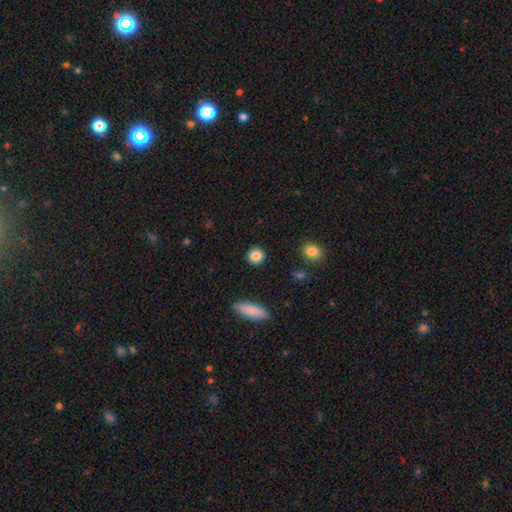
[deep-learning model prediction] A smooth galaxy with no disk features (86%) that is round (87%). Merging: none (90%).